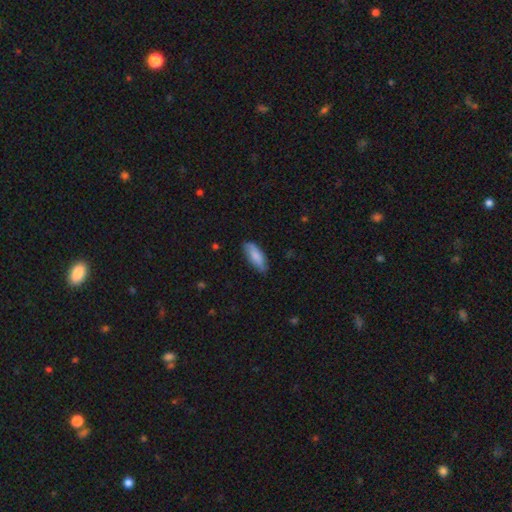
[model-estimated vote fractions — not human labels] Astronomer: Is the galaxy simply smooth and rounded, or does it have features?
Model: smooth — 81%.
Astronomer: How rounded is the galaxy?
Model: in between — 73%.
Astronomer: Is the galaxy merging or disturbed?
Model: none — 77%.